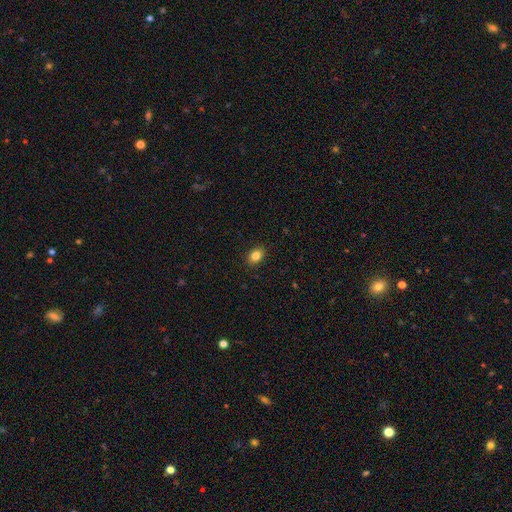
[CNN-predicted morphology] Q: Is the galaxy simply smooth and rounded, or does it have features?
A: smooth — 84%.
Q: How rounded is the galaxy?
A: in between — 71%.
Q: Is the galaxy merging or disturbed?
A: none — 90%.